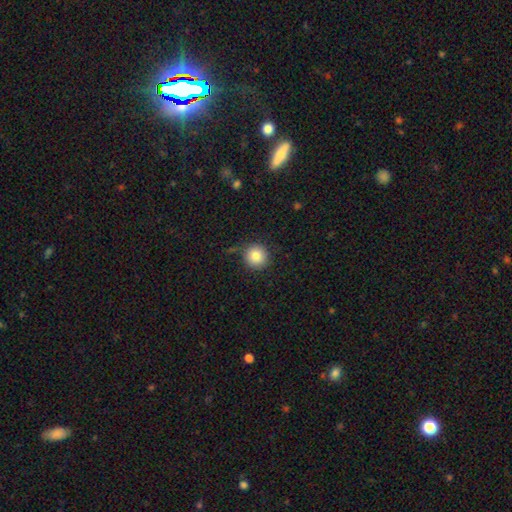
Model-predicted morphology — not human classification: Smooth or featured?
  - smooth: 83% *
  - star or artifact: 10%
  - featured or disk: 7%
How rounded?
  - round: 94% *
  - in between: 5%
  - cigar-shaped: 1%
Merging?
  - none: 83% *
  - minor disturbance: 11%
  - major disturbance: 3%
  - merger: 2%